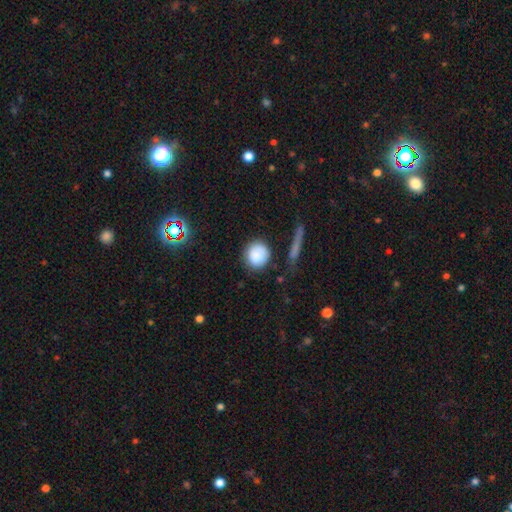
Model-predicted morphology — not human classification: A smooth galaxy with no disk features (86%) that is round (90%).

Vote fractions:
- Smooth or featured? smooth: 86% / star or artifact: 8% / featured or disk: 6%
- How rounded? round: 90% / in between: 8% / cigar-shaped: 2%
- Merging? none: 77% / minor disturbance: 13% / major disturbance: 5% / merger: 5%